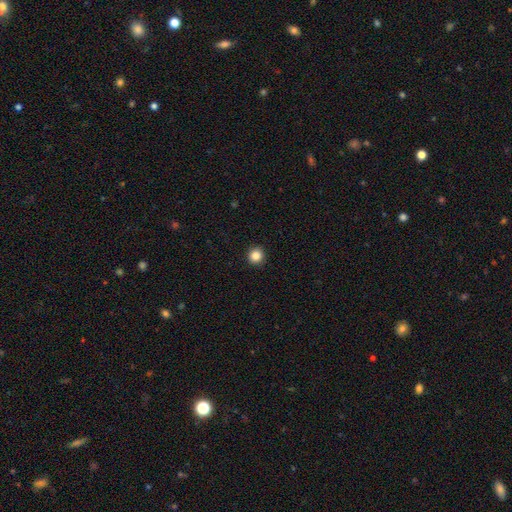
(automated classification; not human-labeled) Morphology: type=smooth (86%); roundness=round (93%); merging=none (93%).